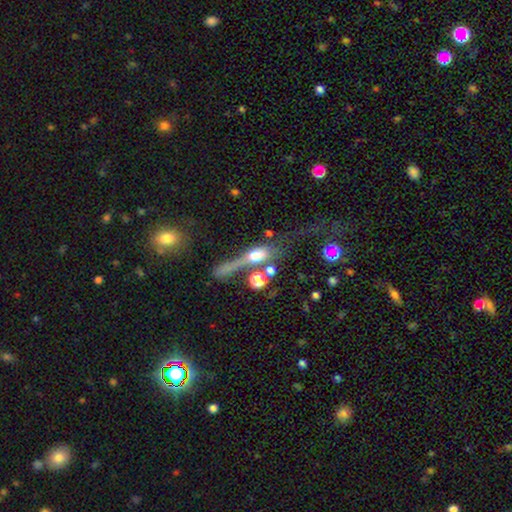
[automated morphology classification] Smooth or featured?
  - smooth: 46% *
  - featured or disk: 41%
  - star or artifact: 13%
Merging?
  - none: 30% *
  - major disturbance: 27%
  - merger: 25%
  - minor disturbance: 17%